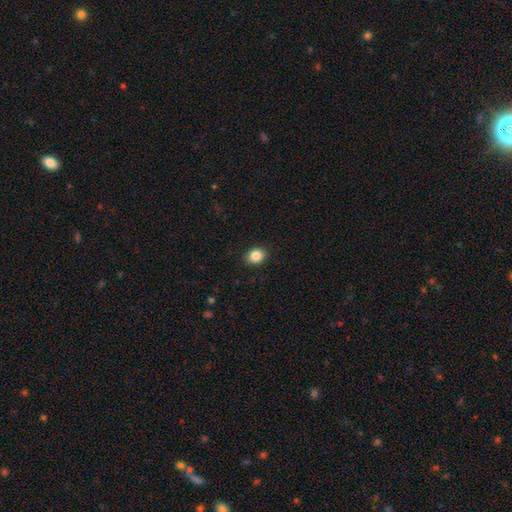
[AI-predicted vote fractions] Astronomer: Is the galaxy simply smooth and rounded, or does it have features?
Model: smooth — 86%.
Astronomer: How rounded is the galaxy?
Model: in between — 51% (runner-up: round, 48%).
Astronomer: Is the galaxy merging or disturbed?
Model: none — 90%.